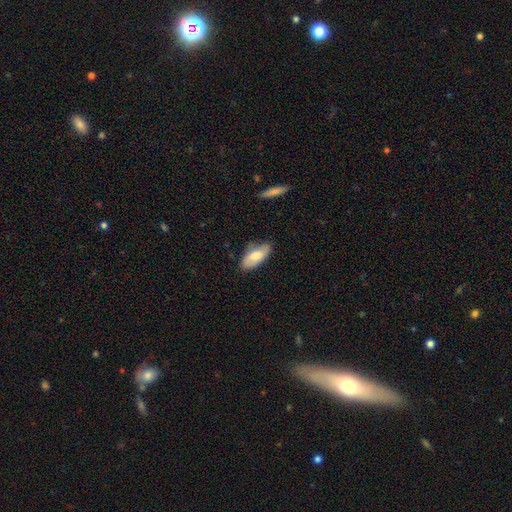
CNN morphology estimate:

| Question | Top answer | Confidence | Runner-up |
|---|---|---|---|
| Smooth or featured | smooth | 69% | featured or disk (25%) |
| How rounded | in between | 90% | cigar-shaped (8%) |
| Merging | none | 75% | minor disturbance (20%) |